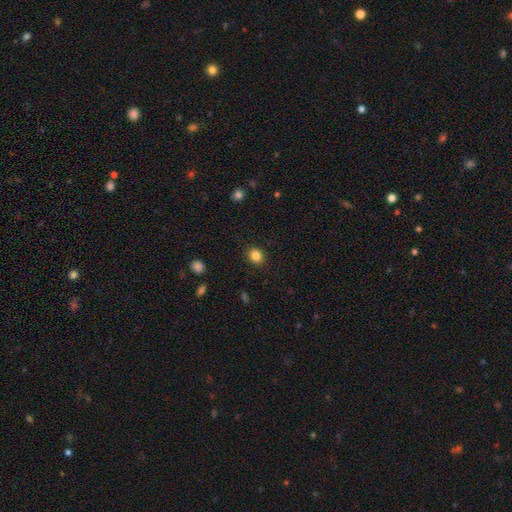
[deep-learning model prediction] smooth-or-featured: smooth: 85% | star or artifact: 11% | featured or disk: 4%
  how-rounded: round: 69% | in between: 30% | cigar-shaped: 1%
  merging: none: 89% | minor disturbance: 7% | major disturbance: 2% | merger: 1%